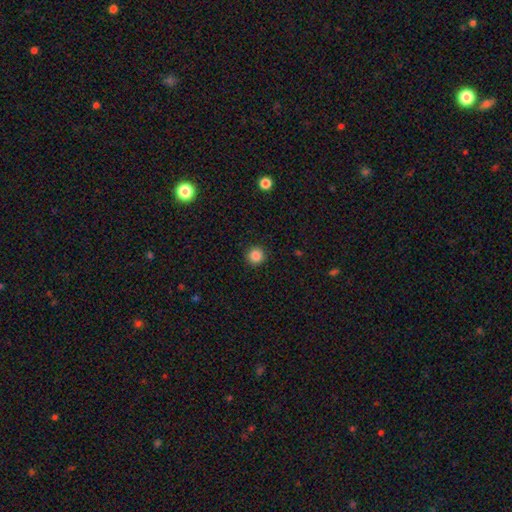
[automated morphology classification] Overall: smooth (86%). How rounded: round (95%). Merging: none (92%).